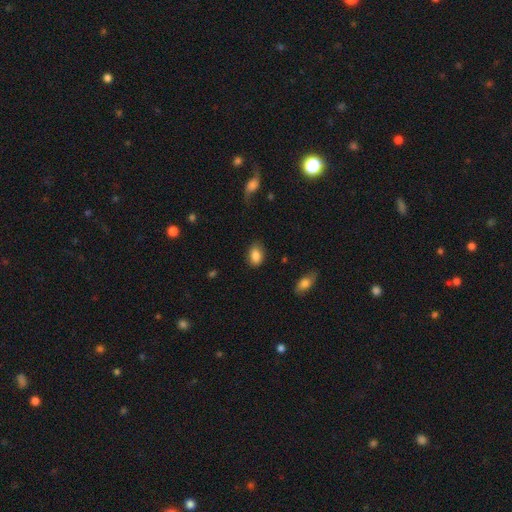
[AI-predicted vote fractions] Smooth or featured? smooth (85%)
How rounded? in between (85%)
Merging? none (80%)